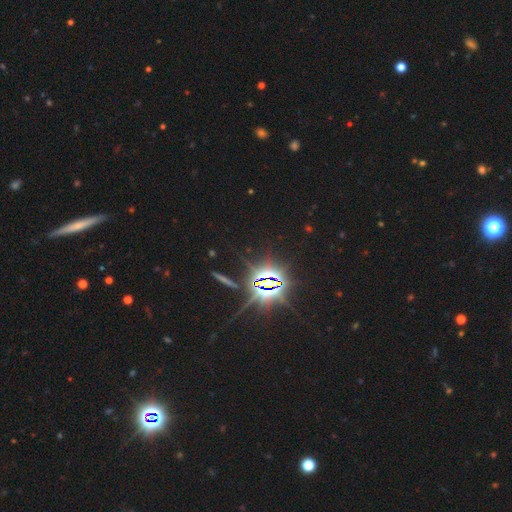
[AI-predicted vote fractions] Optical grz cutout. It shows a star or artifact, not a galaxy (84%).